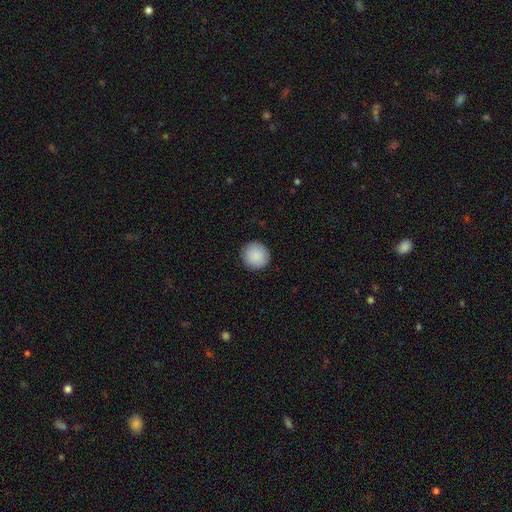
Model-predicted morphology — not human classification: type=smooth (89%); roundness=round (92%); merging=none (91%).